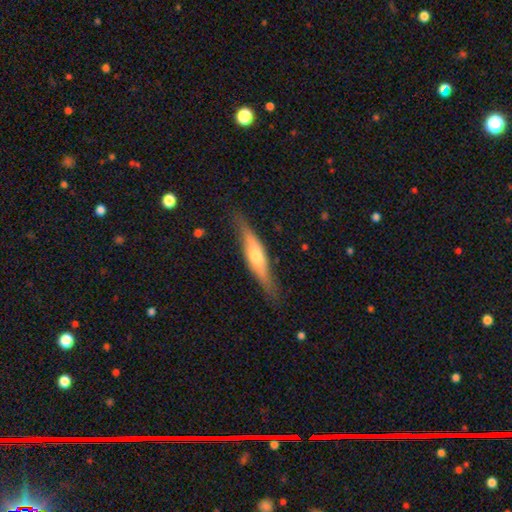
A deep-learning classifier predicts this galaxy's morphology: A featured or disk galaxy (54%) viewed edge-on (86%). Merging: none (79%).